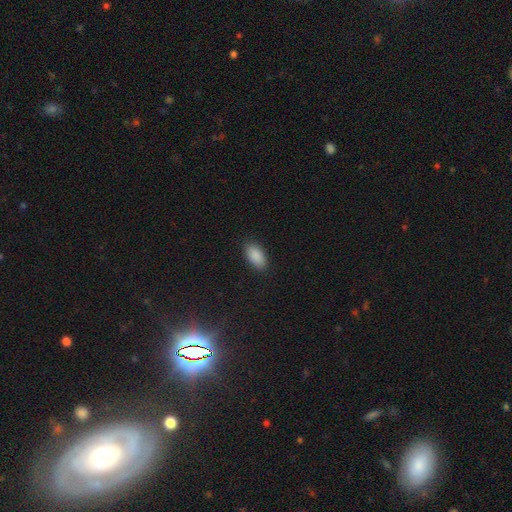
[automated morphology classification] smooth_or_featured: smooth (p=0.90) [alt: star or artifact p=0.07]
how_rounded: in between (p=0.93) [alt: cigar-shaped p=0.04]
merging: none (p=0.88) [alt: minor disturbance p=0.09]